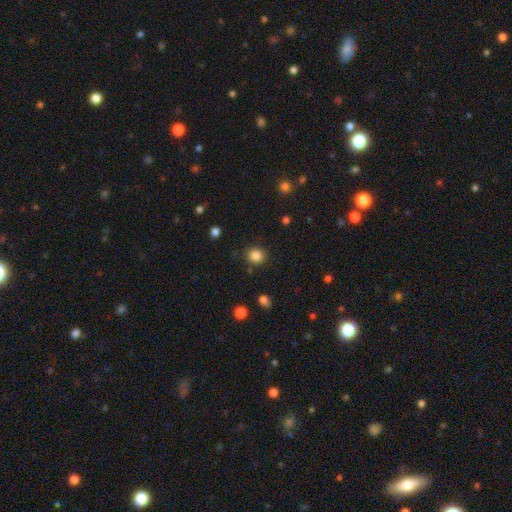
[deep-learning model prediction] Overall: smooth (84%). How rounded: round (83%). Merging: none (88%).